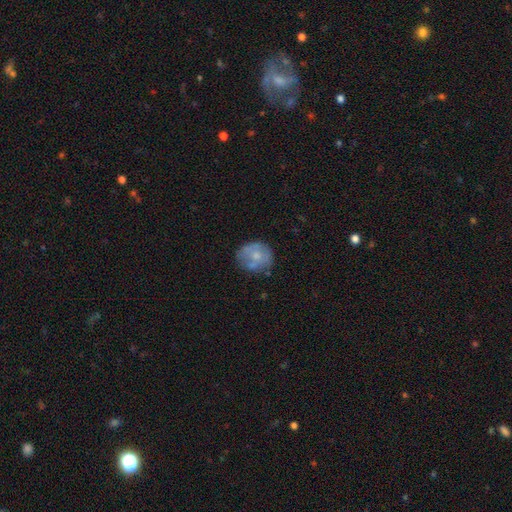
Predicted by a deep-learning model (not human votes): Q: Smooth or featured?
A: smooth (56%); runner-up: featured or disk (37%)
Q: How rounded?
A: round (70%); runner-up: in between (29%)
Q: Merging?
A: none (60%); runner-up: minor disturbance (25%)